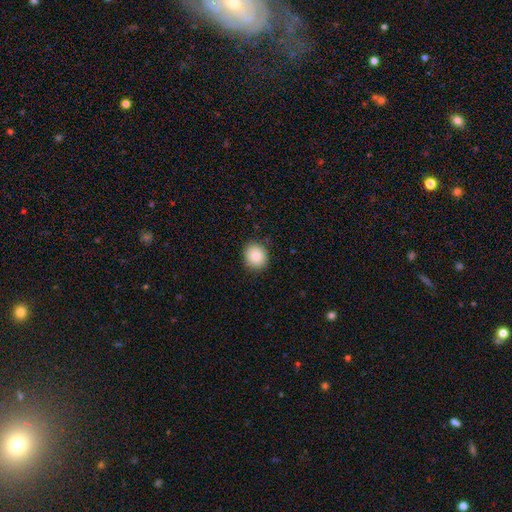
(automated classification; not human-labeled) A smooth galaxy with no disk features (86%) that is round (75%).

Vote fractions:
- Smooth or featured? smooth: 86% / star or artifact: 9% / featured or disk: 5%
- How rounded? round: 75% / in between: 24% / cigar-shaped: 1%
- Merging? none: 88% / minor disturbance: 9% / major disturbance: 2% / merger: 1%